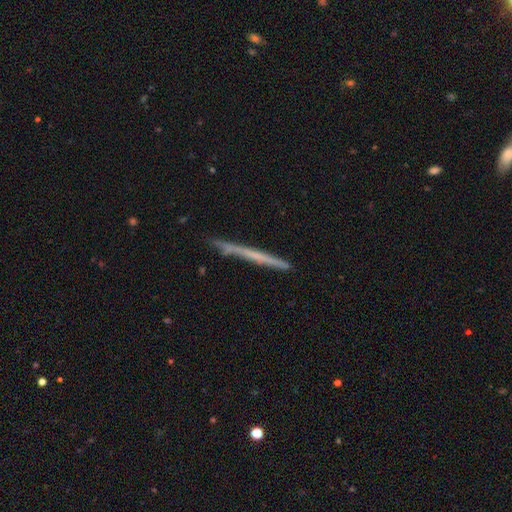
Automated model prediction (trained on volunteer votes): Q: Smooth or featured?
A: featured or disk (53%); runner-up: smooth (41%)
Q: Edge-on disk?
A: yes (97%); runner-up: no (3%)
Q: Edge-on bulge?
A: none (88%); runner-up: rounded (8%)
Q: Merging?
A: none (85%); runner-up: minor disturbance (11%)